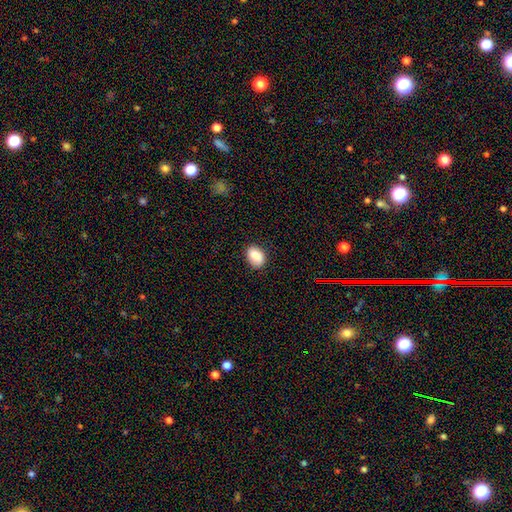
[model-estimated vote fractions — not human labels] Smooth or featured: smooth — 88% (star or artifact — 8%)
How rounded: in between — 80% (round — 19%)
Merging: none — 82% (minor disturbance — 14%)